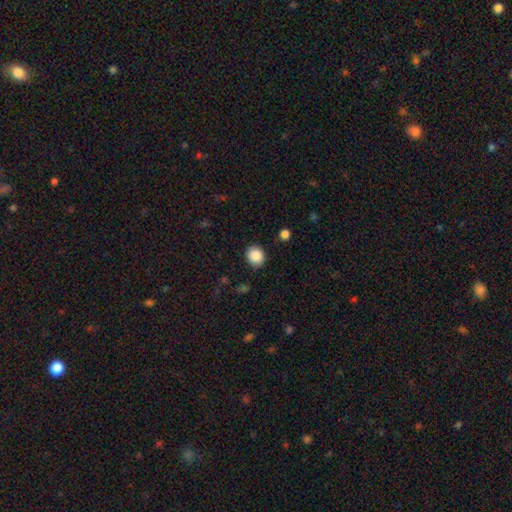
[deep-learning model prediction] Q: Smooth or featured?
A: smooth (87%); runner-up: star or artifact (8%)
Q: How rounded?
A: round (73%); runner-up: in between (26%)
Q: Merging?
A: none (88%); runner-up: minor disturbance (8%)